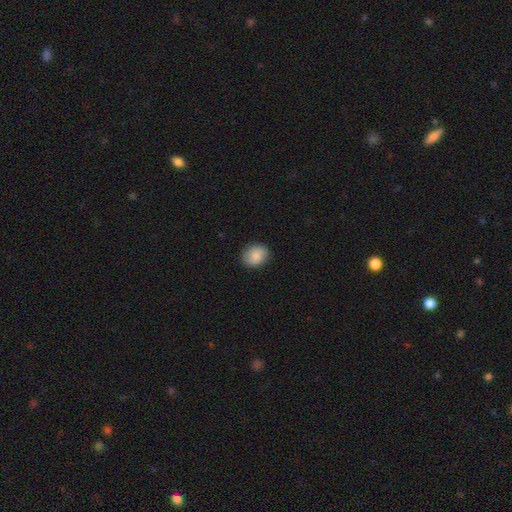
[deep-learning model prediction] smooth 86%, featured or disk 7%, star or artifact 7%. Down the decision tree: how rounded — round (65%); merging — none (87%).